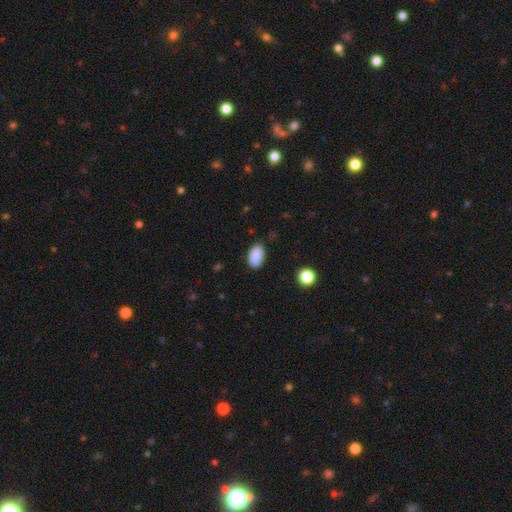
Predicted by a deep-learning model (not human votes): Smooth or featured: smooth — 87% (star or artifact — 8%)
How rounded: in between — 91% (round — 8%)
Merging: none — 78% (minor disturbance — 16%)